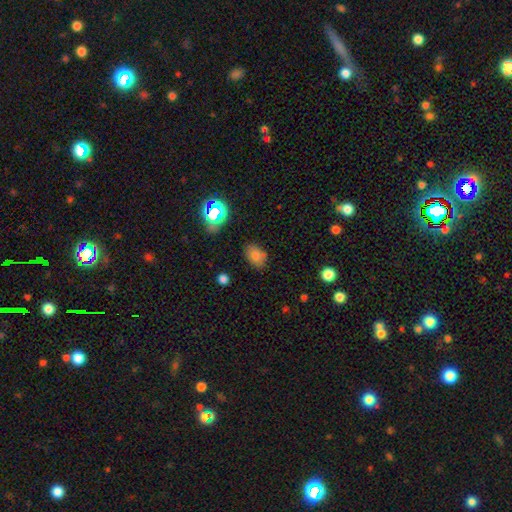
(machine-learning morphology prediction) A smooth galaxy with no disk features (74%) that is in between round and cigar-shaped (79%). Merging: none (78%).